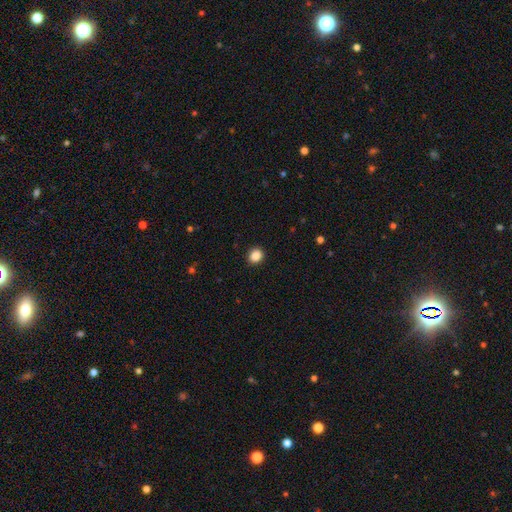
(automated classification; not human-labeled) This appears to be a smooth galaxy with no disk features (87%) that is round (74%). Merging: none (91%).